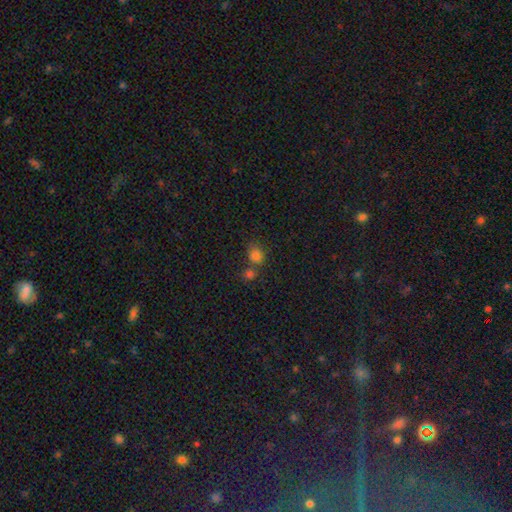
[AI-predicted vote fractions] smooth-or-featured: smooth: 79% | star or artifact: 16% | featured or disk: 5%
  how-rounded: round: 70% | in between: 29% | cigar-shaped: 1%
  merging: none: 51% | merger: 33% | minor disturbance: 11% | major disturbance: 5%